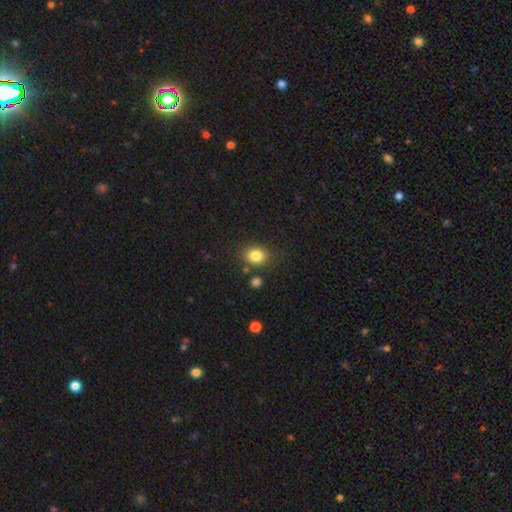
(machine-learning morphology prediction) Q: Smooth or featured?
A: smooth (83%); runner-up: star or artifact (11%)
Q: How rounded?
A: round (61%); runner-up: in between (38%)
Q: Merging?
A: none (78%); runner-up: minor disturbance (12%)